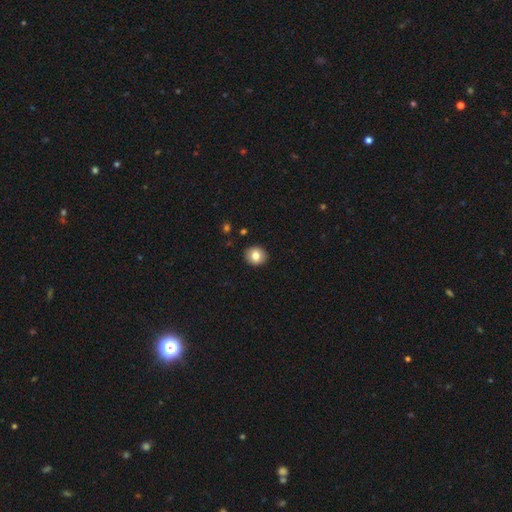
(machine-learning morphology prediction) smooth 81%, featured or disk 10%, star or artifact 9%. Down the decision tree: how rounded — round (82%); merging — none (91%).